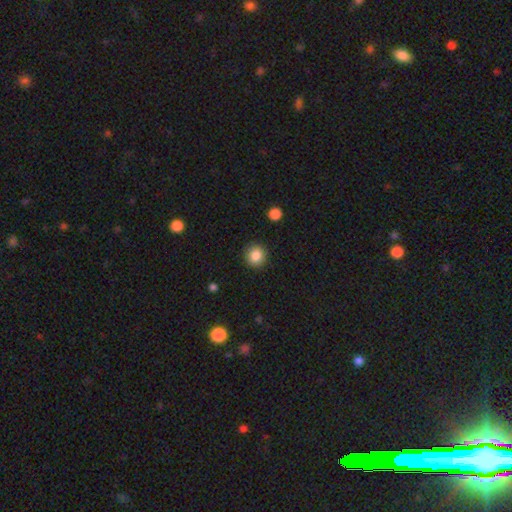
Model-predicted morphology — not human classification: Smooth or featured? Predicted: smooth (p=0.86). How rounded? Predicted: round (p=0.90). Merging? Predicted: none (p=0.90).